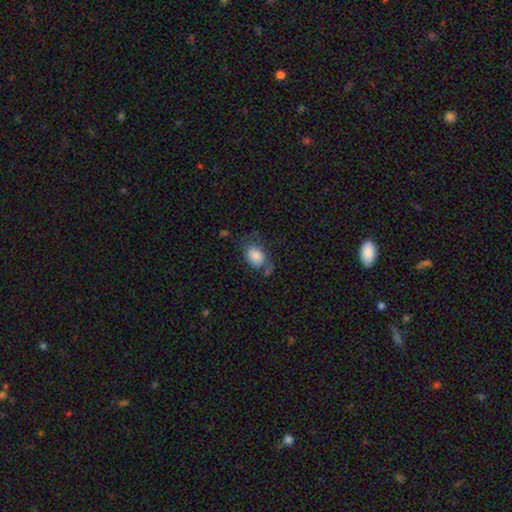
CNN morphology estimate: smooth_or_featured: smooth (p=0.78) [alt: featured or disk p=0.14]
how_rounded: in between (p=0.79) [alt: round p=0.19]
merging: none (p=0.44) [alt: minor disturbance p=0.29]